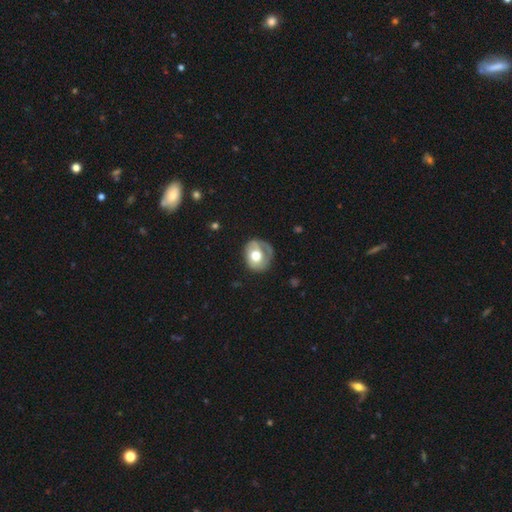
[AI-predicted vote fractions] This is possibly a smooth galaxy (50%). How rounded: likely round (67%). Merging: possibly none (56%).